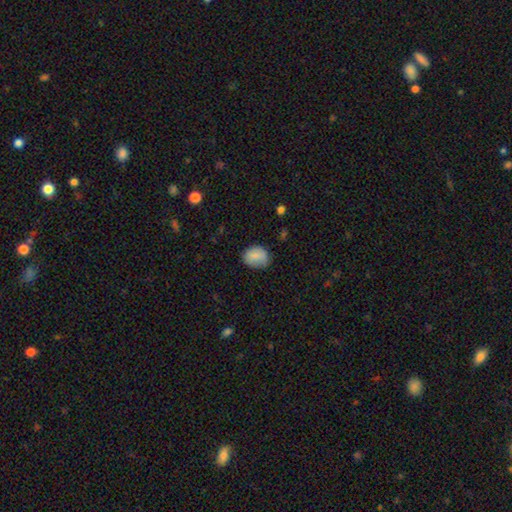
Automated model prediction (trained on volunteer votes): smooth 84%, star or artifact 8%, featured or disk 8%. Down the decision tree: how rounded — round (51%); merging — none (73%).